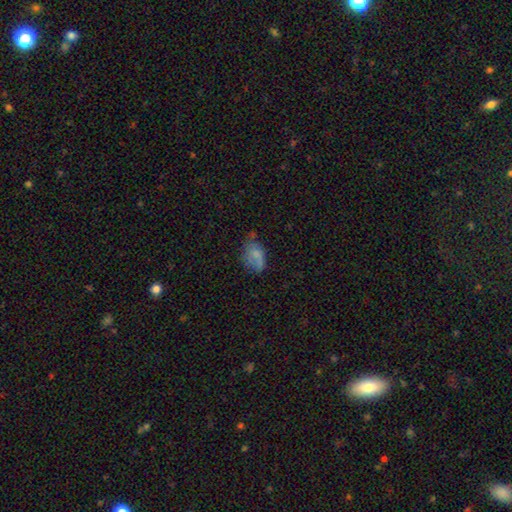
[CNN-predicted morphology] The model was most divided on "merging": none: 40%, minor disturbance: 33%, major disturbance: 20%, merger: 7%. More confident: how rounded — in between (86%); smooth or featured — smooth (66%).